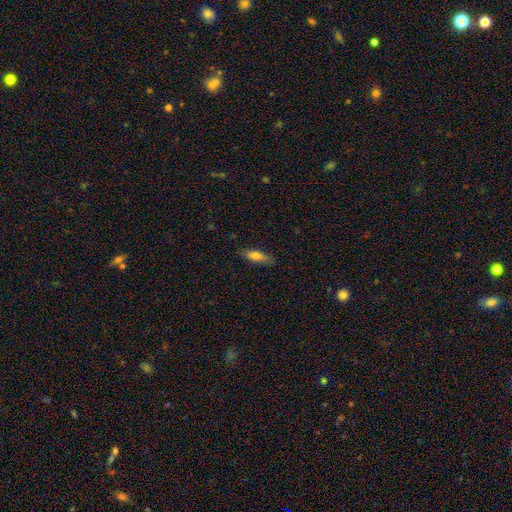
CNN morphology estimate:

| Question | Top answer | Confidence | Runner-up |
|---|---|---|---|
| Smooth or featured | smooth | 71% | featured or disk (22%) |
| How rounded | in between | 51% | cigar-shaped (46%) |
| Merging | none | 81% | minor disturbance (15%) |